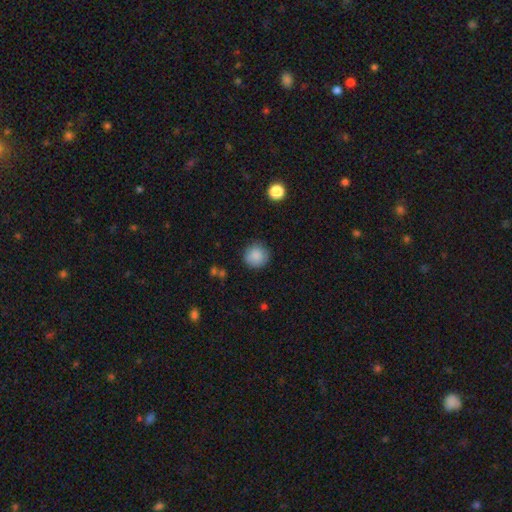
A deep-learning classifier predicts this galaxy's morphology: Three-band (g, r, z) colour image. It shows a smooth galaxy with no disk features (87%) that is round (94%). Merging: none (87%).